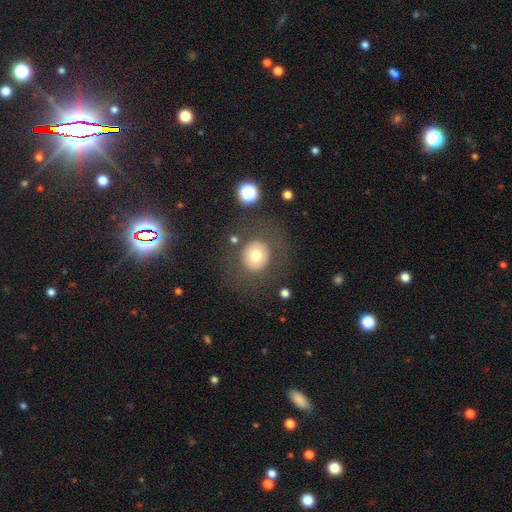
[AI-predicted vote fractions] Smooth or featured? Predicted: smooth (p=0.70). How rounded? Predicted: round (p=0.84). Merging? Predicted: none (p=0.76).